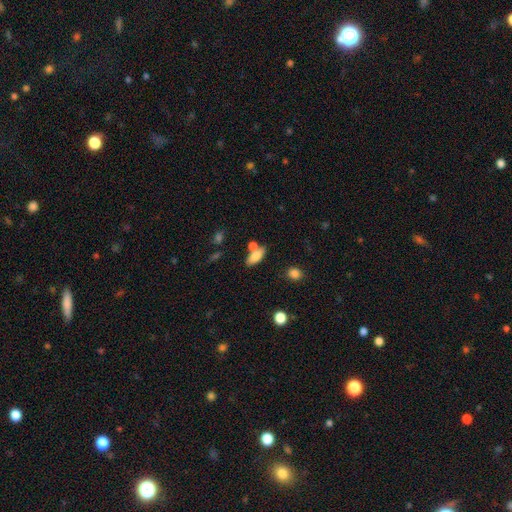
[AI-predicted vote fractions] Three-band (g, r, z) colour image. It shows a smooth galaxy with no disk features (81%) that is in between round and cigar-shaped (82%). Merging: none (56%).